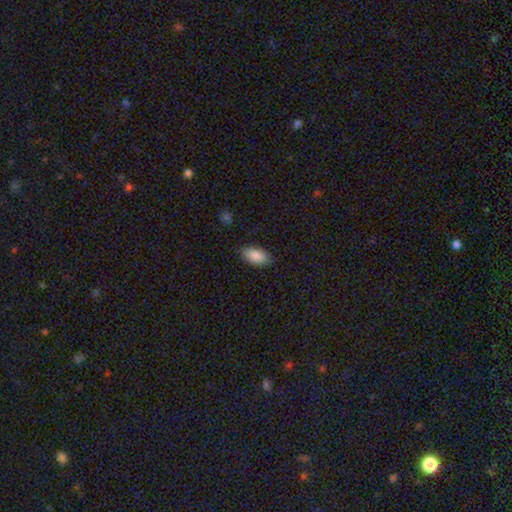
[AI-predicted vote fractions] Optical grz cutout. It shows a smooth galaxy with no disk features (89%) that is in between round and cigar-shaped (94%). Merging: none (84%).